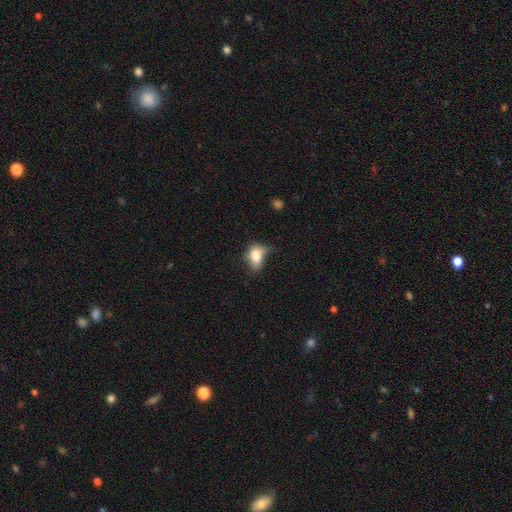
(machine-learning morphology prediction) smooth-or-featured: smooth: 74% | featured or disk: 16% | star or artifact: 10%
  how-rounded: in between: 80% | round: 17% | cigar-shaped: 3%
  merging: minor disturbance: 37% | none: 29% | major disturbance: 29% | merger: 5%